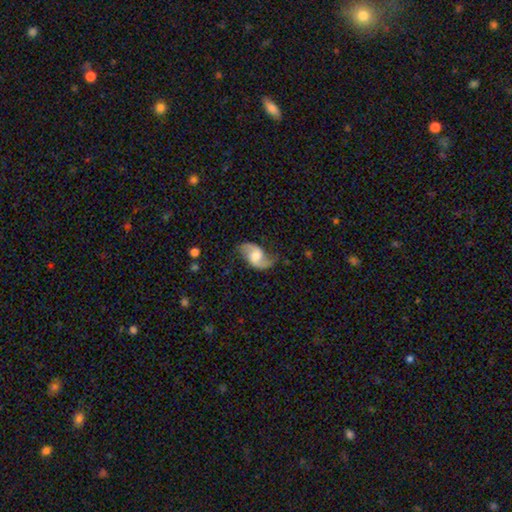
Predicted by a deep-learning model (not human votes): A featured or disk galaxy (80%) with no bar (47%), 2 (92%) loose (63%) spiral arms (95%) and a moderate central bulge (53%).

Vote fractions:
- Smooth or featured? featured or disk: 80% / smooth: 15% / star or artifact: 6%
- Edge-on disk? no: 97% / yes: 3%
- Bar? no: 47% / weak: 43% / strong: 10%
- Spiral arms? yes: 95% / no: 5%
- Spiral winding? loose: 63% / medium: 30% / tight: 7%
- Spiral arm count? 2: 92% / can't tell: 3% / 1: 3% / 3: 1% / 4: 1% / more than 4: 1%
- Bulge size? moderate: 53% / small: 26% / large: 13% / none: 7% / dominant: 2%
- Merging? none: 70% / minor disturbance: 20% / major disturbance: 8% / merger: 2%